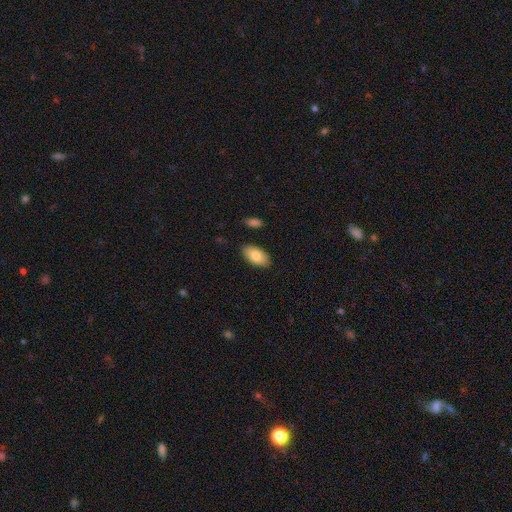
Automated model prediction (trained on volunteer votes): Smooth or featured: smooth — 81% (featured or disk — 12%)
How rounded: in between — 95% (round — 3%)
Merging: none — 87% (minor disturbance — 9%)